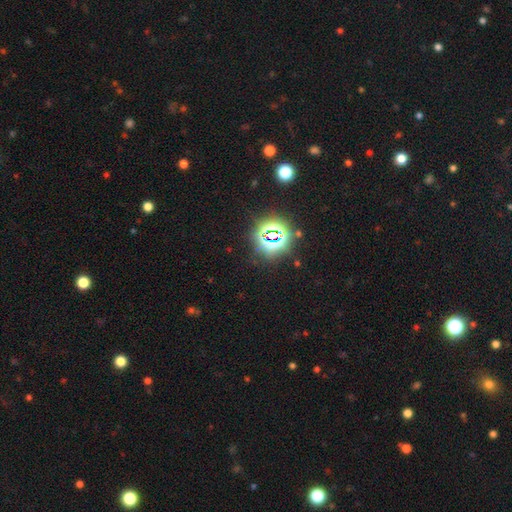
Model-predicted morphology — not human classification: This is clearly a star or artifact rather than a galaxy (83%).